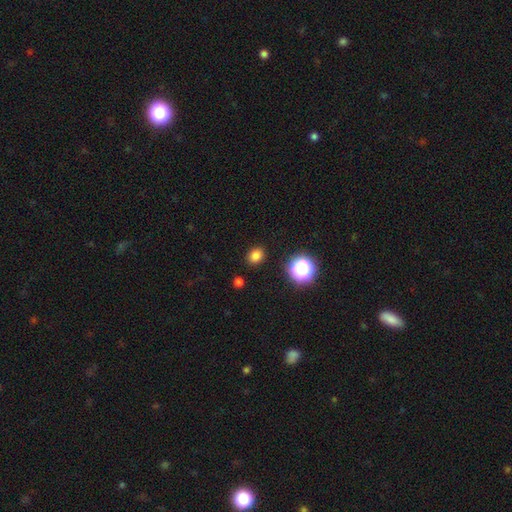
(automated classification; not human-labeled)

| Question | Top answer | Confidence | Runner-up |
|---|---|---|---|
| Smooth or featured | smooth | 79% | star or artifact (16%) |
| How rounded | round | 55% | in between (44%) |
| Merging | none | 89% | minor disturbance (7%) |